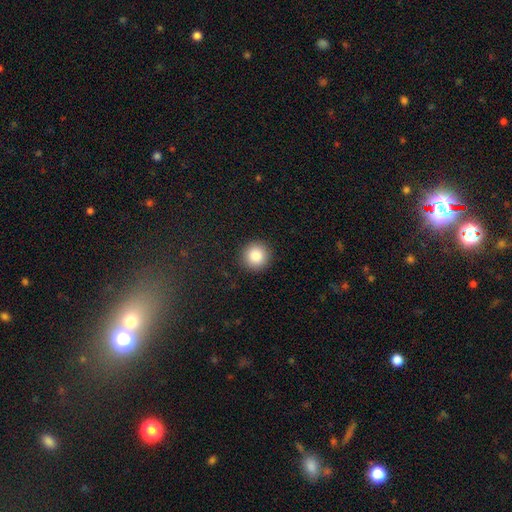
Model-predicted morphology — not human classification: A smooth galaxy with no disk features (86%) that is round (94%).

Vote fractions:
- Smooth or featured? smooth: 86% / star or artifact: 9% / featured or disk: 5%
- How rounded? round: 94% / in between: 5% / cigar-shaped: 1%
- Merging? none: 91% / minor disturbance: 6% / major disturbance: 2% / merger: 1%